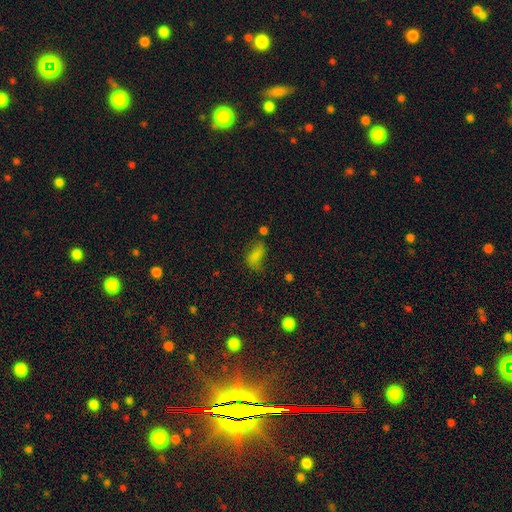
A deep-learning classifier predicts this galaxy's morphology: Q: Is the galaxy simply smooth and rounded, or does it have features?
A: smooth — 70%.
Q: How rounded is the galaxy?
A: in between — 86%.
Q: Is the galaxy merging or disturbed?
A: none — 49%.